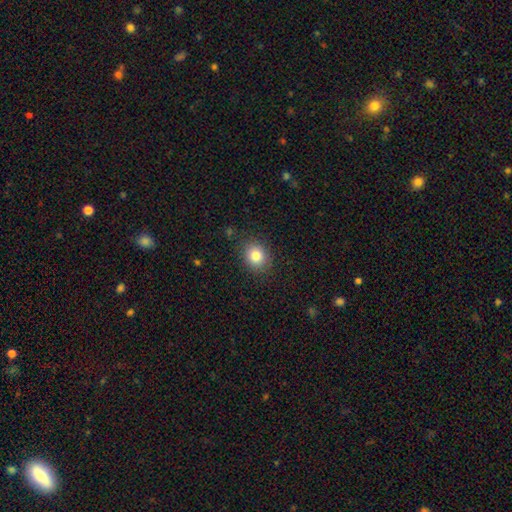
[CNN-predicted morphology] Q: Smooth or featured?
A: smooth (83%); runner-up: star or artifact (10%)
Q: How rounded?
A: round (67%); runner-up: in between (32%)
Q: Merging?
A: none (86%); runner-up: minor disturbance (10%)